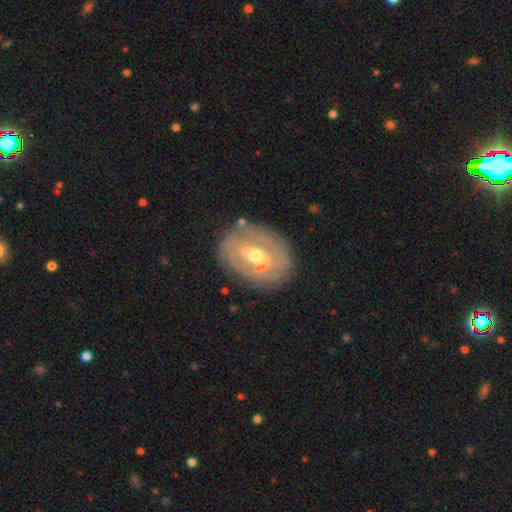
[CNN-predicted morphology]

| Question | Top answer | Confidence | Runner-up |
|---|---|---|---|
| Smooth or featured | featured or disk | 76% | smooth (18%) |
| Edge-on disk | no | 93% | yes (7%) |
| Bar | weak | 41% | strong (34%) |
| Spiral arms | yes | 56% | no (44%) |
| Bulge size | moderate | 72% | small (22%) |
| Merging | none | 75% | minor disturbance (16%) |